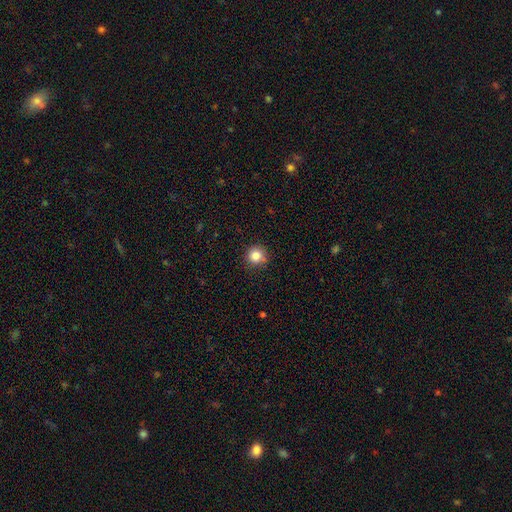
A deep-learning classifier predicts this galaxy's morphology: The model was most divided on "smooth or featured": smooth: 83%, star or artifact: 11%, featured or disk: 6%. More confident: how rounded — round (93%); merging — none (83%).